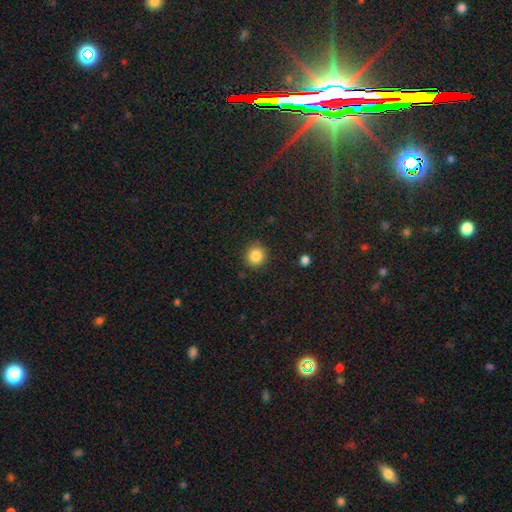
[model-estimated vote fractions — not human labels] smooth 85%, star or artifact 10%, featured or disk 4%. Down the decision tree: how rounded — round (89%); merging — none (88%).